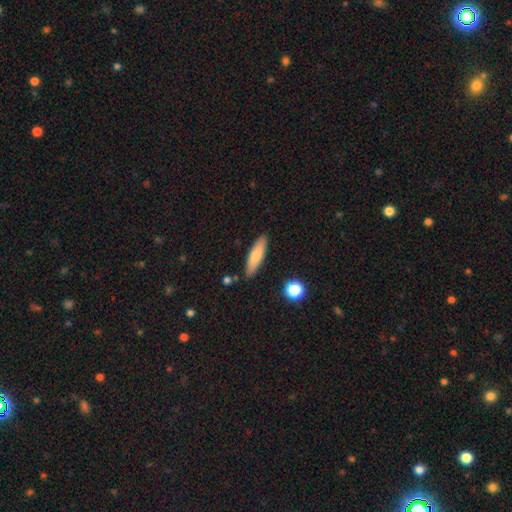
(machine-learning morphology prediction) smooth_or_featured: smooth (p=0.74) [alt: featured or disk p=0.20]
how_rounded: cigar-shaped (p=0.64) [alt: in between p=0.34]
merging: none (p=0.86) [alt: minor disturbance p=0.10]